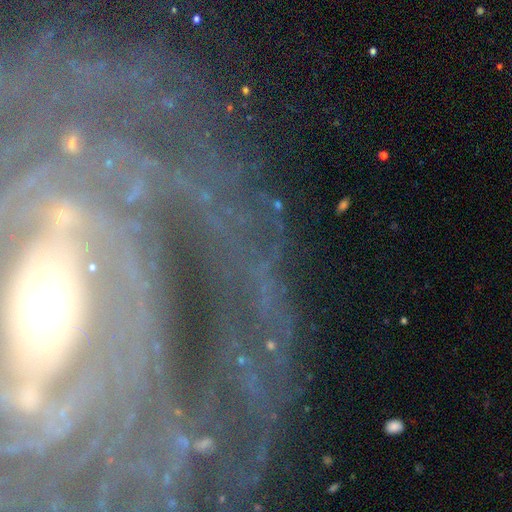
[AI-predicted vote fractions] Smooth or featured? Predicted: featured or disk (p=0.78). Edge-on disk? Predicted: no (p=0.90). Bar? Predicted: no (p=0.40). Spiral arms? Predicted: yes (p=0.89). Spiral winding? Predicted: tight (p=0.71). Spiral arm count? Predicted: can't tell (p=0.32). Bulge size? Predicted: moderate (p=0.46). Merging? Predicted: none (p=0.71).